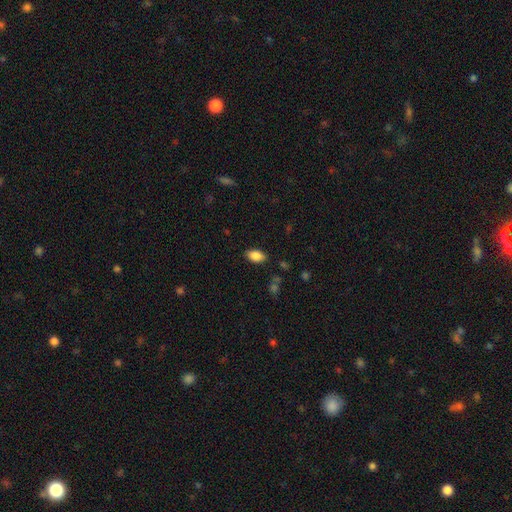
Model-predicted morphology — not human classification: Smooth or featured? smooth (87%)
How rounded? in between (92%)
Merging? none (85%)